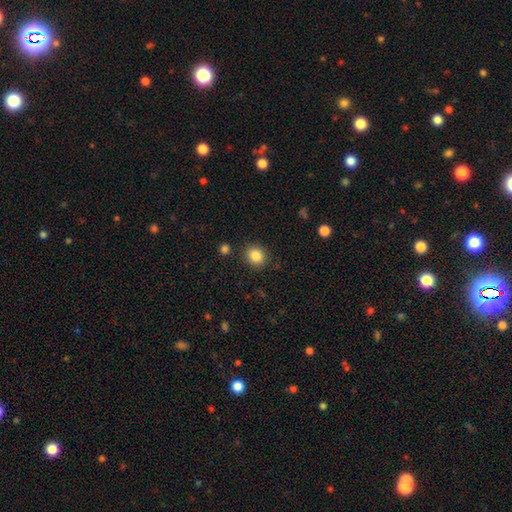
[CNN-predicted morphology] Smooth or featured: smooth — 85% (star or artifact — 10%)
How rounded: round — 77% (in between — 22%)
Merging: none — 88% (minor disturbance — 8%)